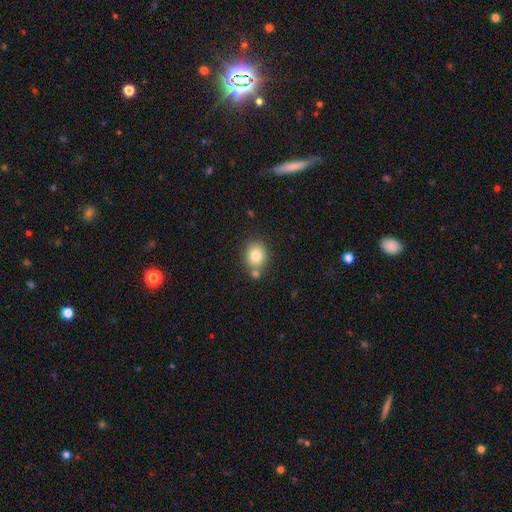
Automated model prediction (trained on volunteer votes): smooth_or_featured: smooth (p=0.80) [alt: featured or disk p=0.10]
how_rounded: round (p=0.70) [alt: in between p=0.29]
merging: none (p=0.65) [alt: merger p=0.19]